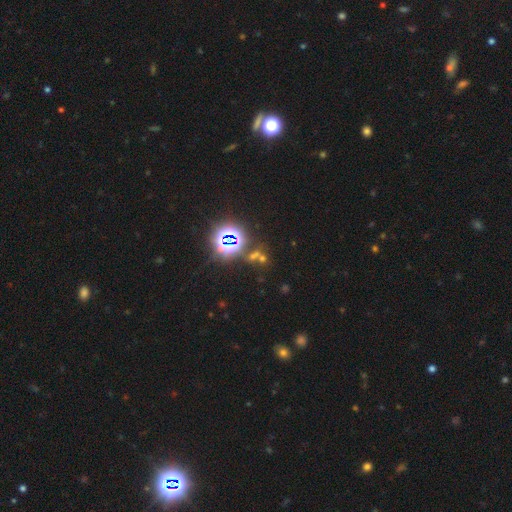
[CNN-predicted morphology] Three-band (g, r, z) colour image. It shows a star or artifact, not a galaxy (74%).